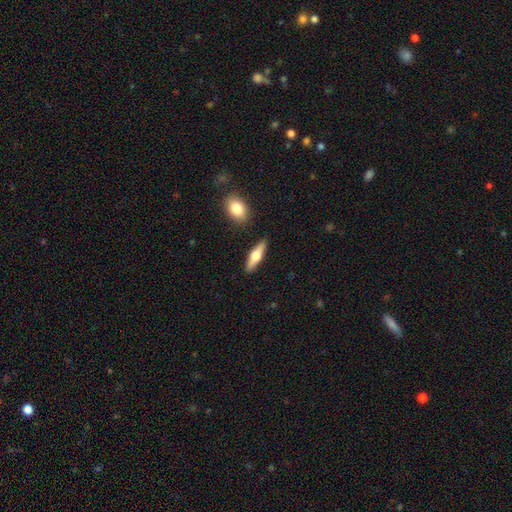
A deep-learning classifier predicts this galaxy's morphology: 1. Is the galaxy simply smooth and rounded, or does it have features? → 49% featured or disk, 46% smooth, 5% star or artifact.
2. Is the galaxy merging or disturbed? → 88% none, 8% minor disturbance, 3% merger, 2% major disturbance.